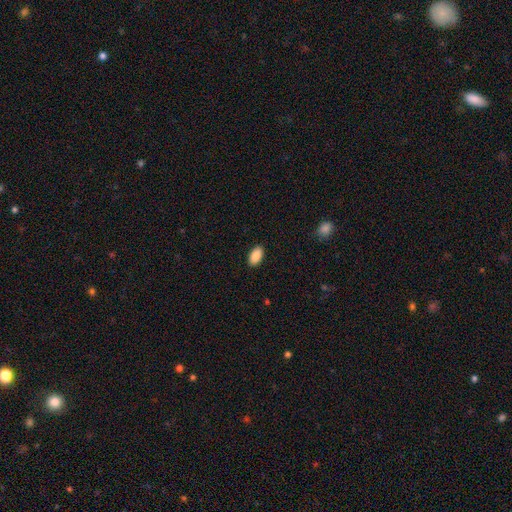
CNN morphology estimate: A smooth galaxy with no disk features (90%) that is in between round and cigar-shaped (94%). Merging: none (89%).